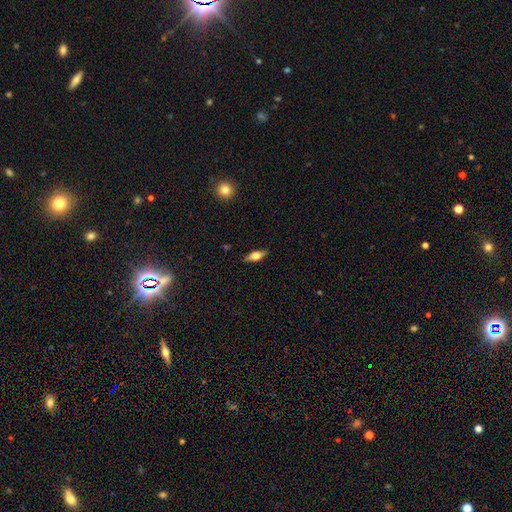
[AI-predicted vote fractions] Overall: smooth (53%; featured or disk 40%). How rounded: in between (69%). Merging: none (86%).